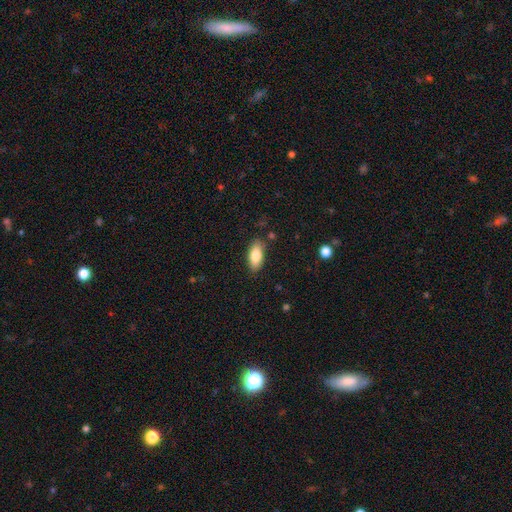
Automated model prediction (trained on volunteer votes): Smooth or featured: smooth — 81% (featured or disk — 12%)
How rounded: in between — 85% (cigar-shaped — 13%)
Merging: none — 85% (minor disturbance — 11%)